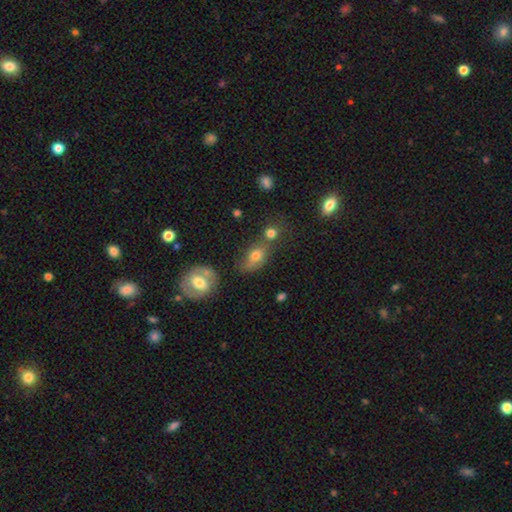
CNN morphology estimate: smooth 69%, featured or disk 19%, star or artifact 13%. Down the decision tree: how rounded — in between (72%); merging — none (48%).